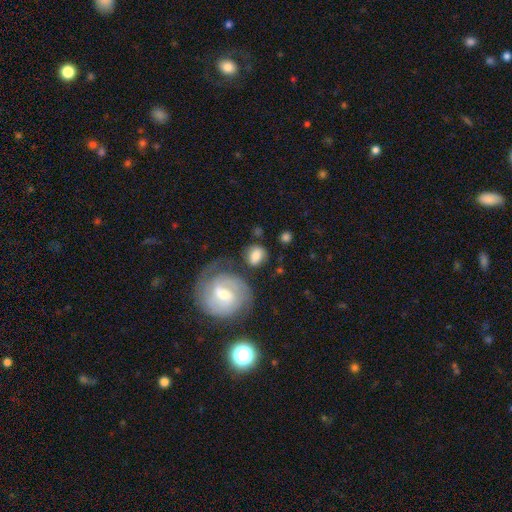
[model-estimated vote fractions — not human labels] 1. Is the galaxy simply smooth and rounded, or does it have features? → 69% smooth, 24% featured or disk, 7% star or artifact.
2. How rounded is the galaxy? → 51% round, 47% in between, 2% cigar-shaped.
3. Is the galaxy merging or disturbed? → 65% none, 17% minor disturbance, 10% merger, 8% major disturbance.